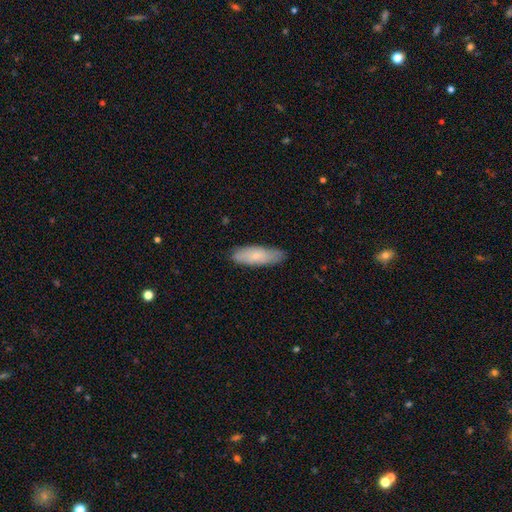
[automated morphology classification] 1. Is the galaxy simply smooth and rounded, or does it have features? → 74% smooth, 20% featured or disk, 6% star or artifact.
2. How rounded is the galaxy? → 52% in between, 47% cigar-shaped, 2% round.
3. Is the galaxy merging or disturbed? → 80% none, 16% minor disturbance, 3% major disturbance, 1% merger.